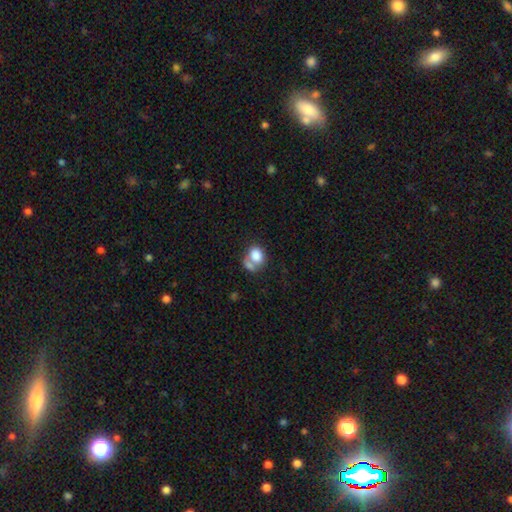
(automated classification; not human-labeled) Smooth or featured? smooth (78%)
How rounded? in between (52%)
Merging? merger (45%)